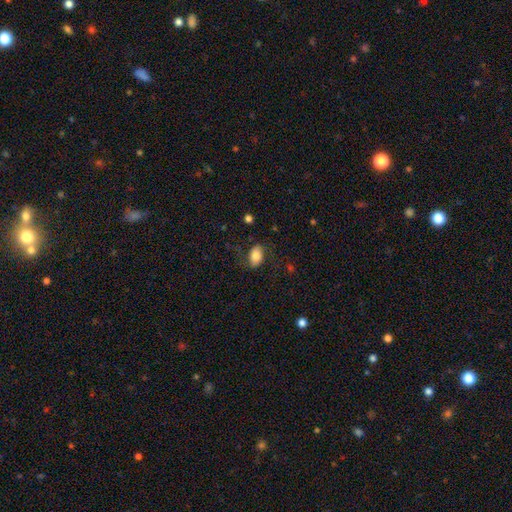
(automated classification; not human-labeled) A smooth galaxy with no disk features (77%) that is in between round and cigar-shaped (90%). Merging: none (73%).